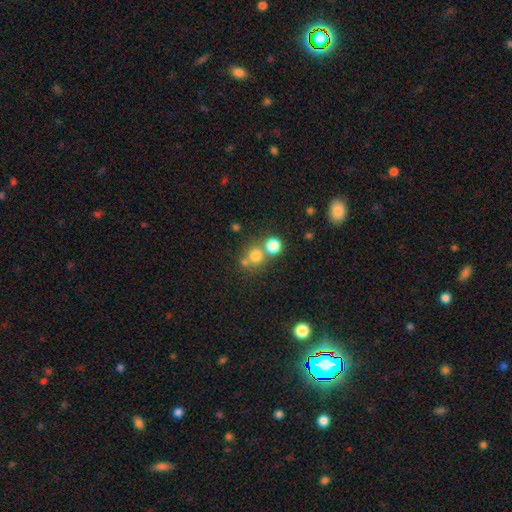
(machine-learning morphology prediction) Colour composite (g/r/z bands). It shows a smooth galaxy with no disk features (71%) that is round (88%). Merging: none (54%).